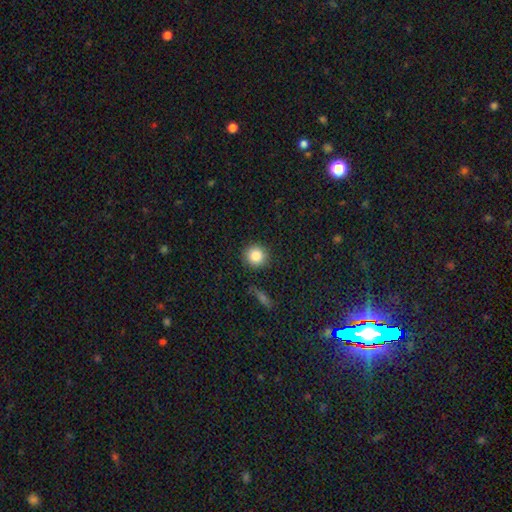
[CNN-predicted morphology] smooth_or_featured: smooth (p=0.86) [alt: star or artifact p=0.09]
how_rounded: round (p=0.92) [alt: in between p=0.07]
merging: none (p=0.90) [alt: minor disturbance p=0.07]